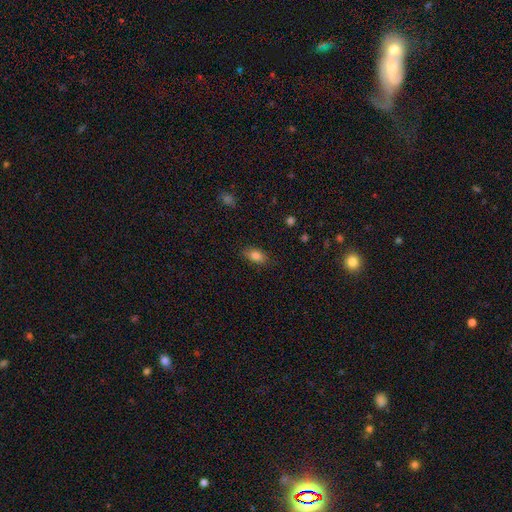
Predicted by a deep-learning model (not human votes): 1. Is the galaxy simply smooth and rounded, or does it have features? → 83% smooth, 9% star or artifact, 8% featured or disk.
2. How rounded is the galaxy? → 87% in between, 9% round, 4% cigar-shaped.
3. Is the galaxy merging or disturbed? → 84% none, 12% minor disturbance, 3% major disturbance, 1% merger.